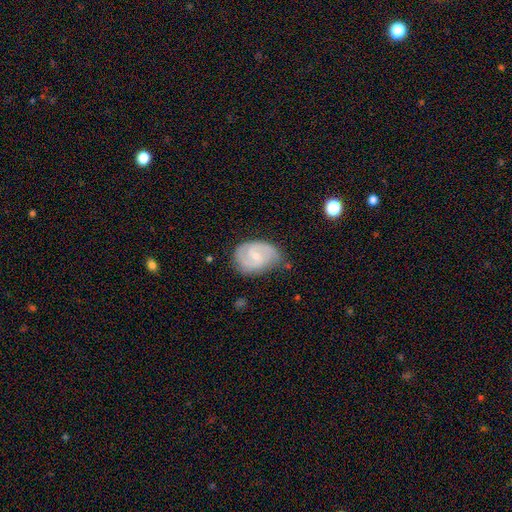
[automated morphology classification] type=featured or disk (69%); edge-on=no (97%); bar=weak (47%); spiral arms=yes (91%); winding=medium (44%); arm count=2 (68%); bulge=small (67%); merging=none (60%).